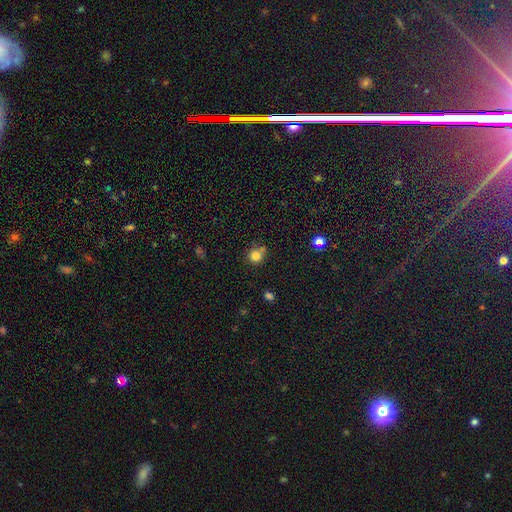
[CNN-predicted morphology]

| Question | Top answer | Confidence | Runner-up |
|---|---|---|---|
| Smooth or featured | smooth | 80% | star or artifact (12%) |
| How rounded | round | 87% | in between (12%) |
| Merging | none | 61% | merger (20%) |